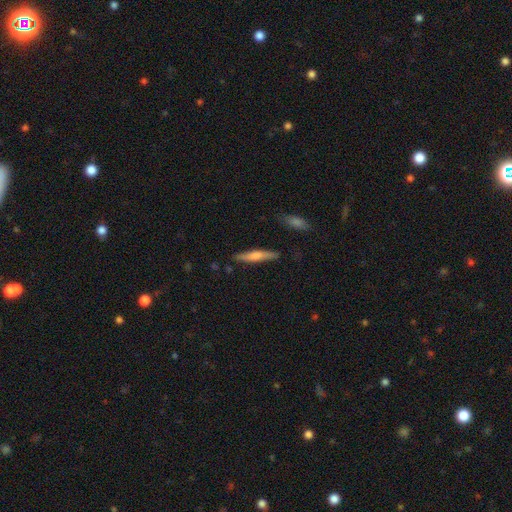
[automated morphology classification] Q: Smooth or featured?
A: smooth (59%); runner-up: featured or disk (35%)
Q: How rounded?
A: cigar-shaped (89%); runner-up: in between (10%)
Q: Merging?
A: none (85%); runner-up: minor disturbance (11%)